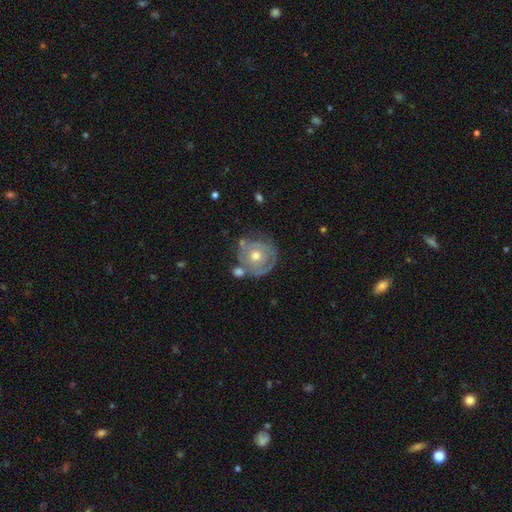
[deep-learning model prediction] Smooth or featured? Predicted: featured or disk (p=0.67). Edge-on disk? Predicted: no (p=0.97). Bar? Predicted: no (p=0.86). Spiral arms? Predicted: yes (p=0.62). Bulge size? Predicted: moderate (p=0.70). Merging? Predicted: none (p=0.55).